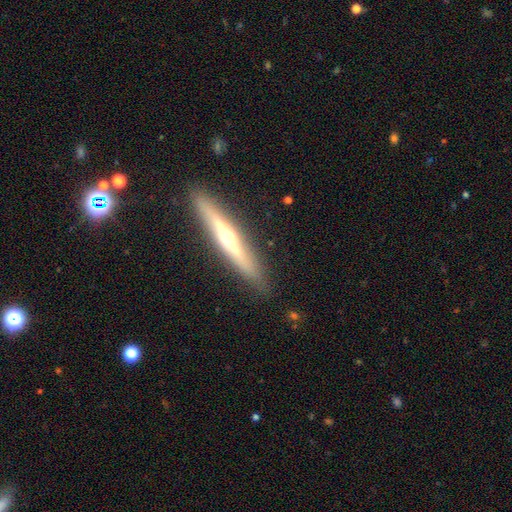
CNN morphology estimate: A featured or disk galaxy (68%) viewed edge-on (95%) with a rounded central bulge (85%). Merging: none (87%).